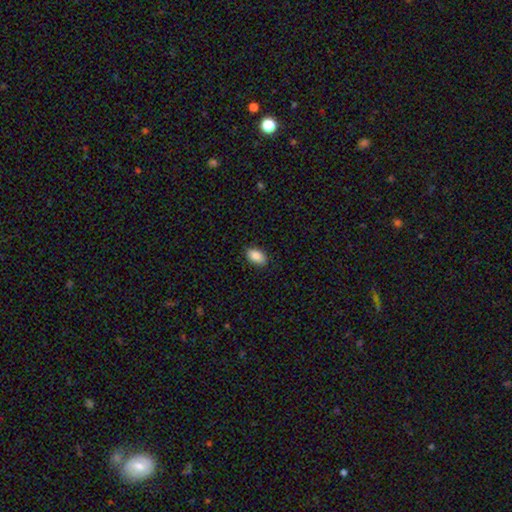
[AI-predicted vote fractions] Overall: smooth (88%). How rounded: in between (92%). Merging: none (87%).